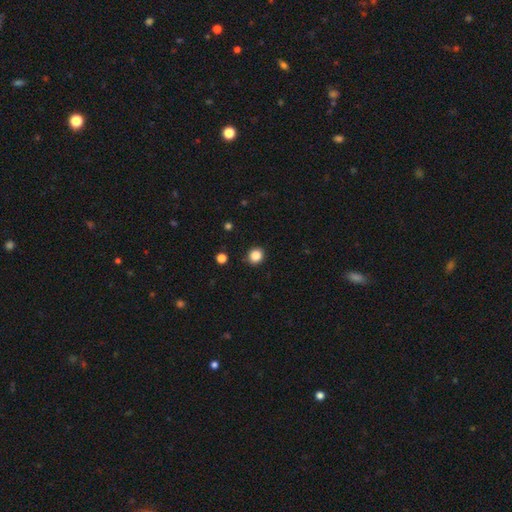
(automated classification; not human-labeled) Q: Smooth or featured?
A: smooth (85%); runner-up: star or artifact (11%)
Q: How rounded?
A: round (85%); runner-up: in between (14%)
Q: Merging?
A: none (89%); runner-up: minor disturbance (7%)